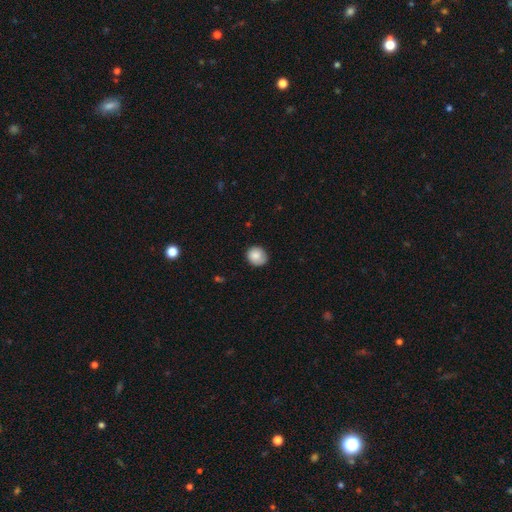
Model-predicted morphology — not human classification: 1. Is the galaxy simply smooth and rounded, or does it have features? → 83% smooth, 9% featured or disk, 8% star or artifact.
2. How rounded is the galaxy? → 82% round, 17% in between, 1% cigar-shaped.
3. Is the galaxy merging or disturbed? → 78% none, 17% minor disturbance, 3% major disturbance, 1% merger.